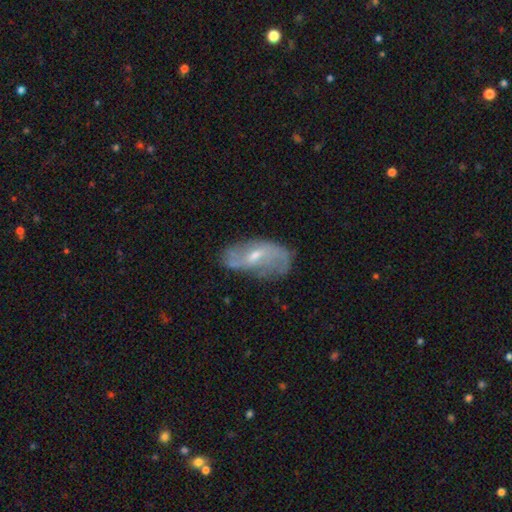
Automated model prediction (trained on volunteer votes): Smooth or featured?
  - featured or disk: 70% *
  - smooth: 23%
  - star or artifact: 7%
Edge-on disk?
  - no: 93% *
  - yes: 7%
Bar?
  - weak: 54% *
  - no: 27%
  - strong: 19%
Spiral arms?
  - yes: 80% *
  - no: 20%
Spiral winding?
  - loose: 57% *
  - medium: 30%
  - tight: 13%
Spiral arm count?
  - 2: 66% *
  - can't tell: 20%
  - 1: 7%
  - 3: 4%
  - 4: 2%
  - more than 4: 2%
Bulge size?
  - small: 52% *
  - moderate: 42%
  - none: 4%
  - large: 2%
  - dominant: 1%
Merging?
  - none: 58% *
  - minor disturbance: 26%
  - major disturbance: 14%
  - merger: 2%